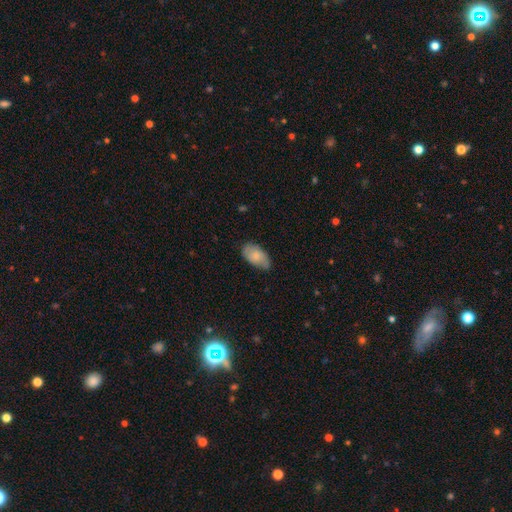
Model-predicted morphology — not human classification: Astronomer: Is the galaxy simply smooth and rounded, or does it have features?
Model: smooth — 75%.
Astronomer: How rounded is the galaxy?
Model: in between — 94%.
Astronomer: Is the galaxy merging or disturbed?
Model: none — 69%.